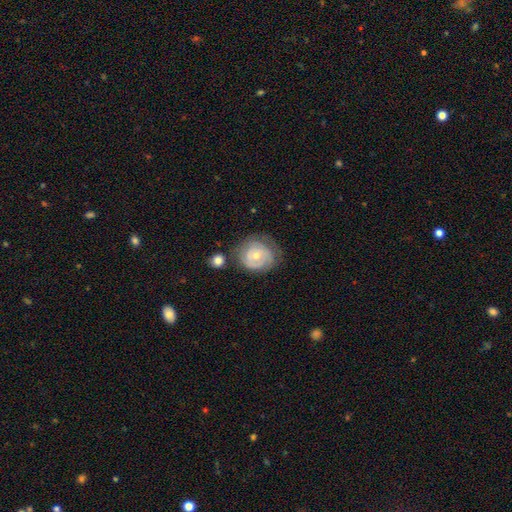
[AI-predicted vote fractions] Overall: featured or disk (53%; smooth 40%). Edge-on disk: no (97%). Bar: no (81%). Spiral arms: yes (57%; no 43%). Bulge size: moderate (51%; small 45%). Merging: none (54%; minor disturbance 26%).